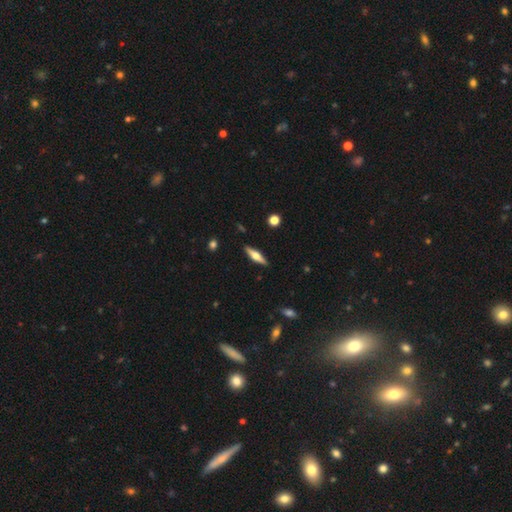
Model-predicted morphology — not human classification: Smooth or featured: featured or disk — 57% (smooth — 37%)
Edge-on disk: yes — 95% (no — 5%)
Edge-on bulge: rounded — 92% (boxy — 6%)
Merging: none — 89% (minor disturbance — 8%)